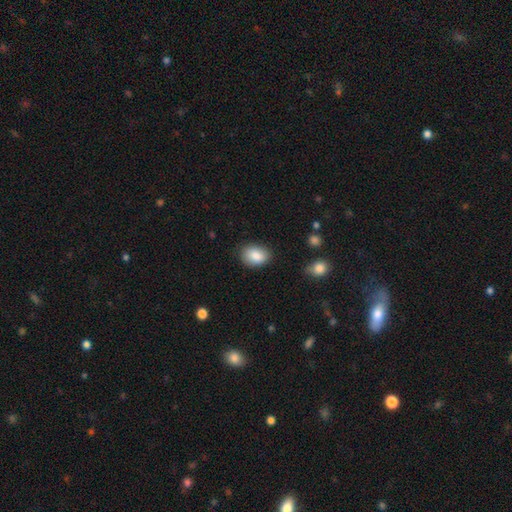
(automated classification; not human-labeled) Smooth or featured? smooth (86%)
How rounded? in between (76%)
Merging? none (81%)